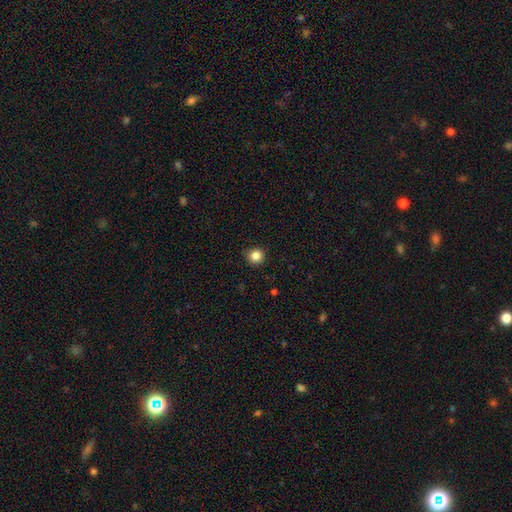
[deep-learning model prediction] A smooth galaxy with no disk features (85%) that is round (94%).

Vote fractions:
- Smooth or featured? smooth: 85% / star or artifact: 11% / featured or disk: 4%
- How rounded? round: 94% / in between: 5% / cigar-shaped: 1%
- Merging? none: 91% / minor disturbance: 6% / major disturbance: 2% / merger: 1%